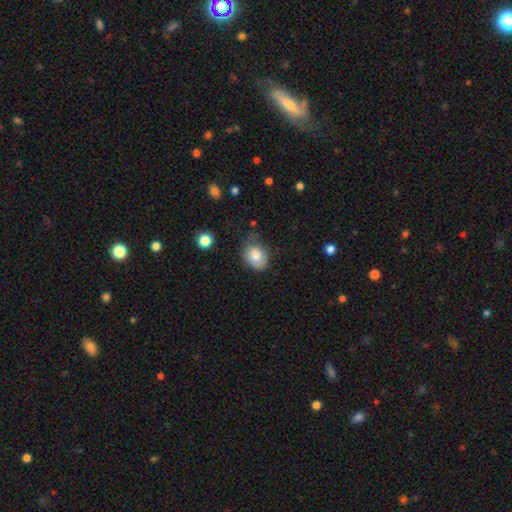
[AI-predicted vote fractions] This is likely a smooth galaxy (80%). How rounded: possibly round (51%). Merging: possibly none (56%).